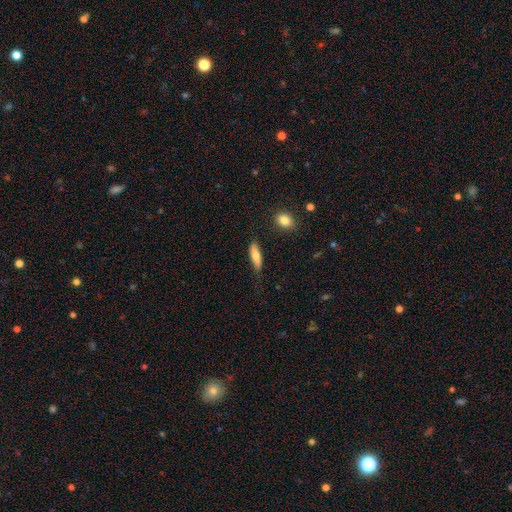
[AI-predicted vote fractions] Overall: smooth (71%). How rounded: cigar-shaped (63%; in between 35%). Merging: none (78%).